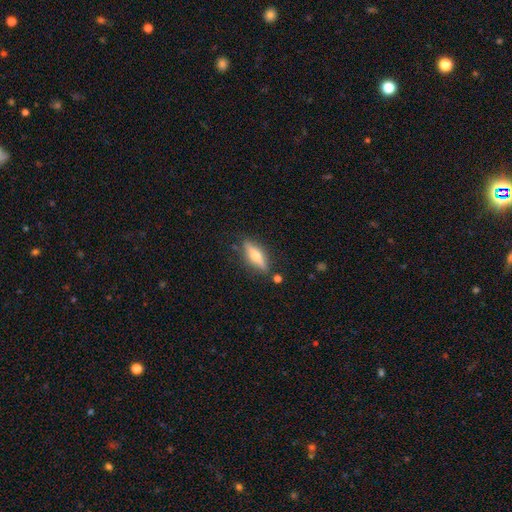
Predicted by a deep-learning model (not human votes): A featured or disk galaxy (54%) viewed edge-on (92%).

Vote fractions:
- Smooth or featured? featured or disk: 54% / smooth: 40% / star or artifact: 7%
- Edge-on disk? yes: 92% / no: 8%
- Merging? none: 83% / minor disturbance: 11% / merger: 3% / major disturbance: 3%